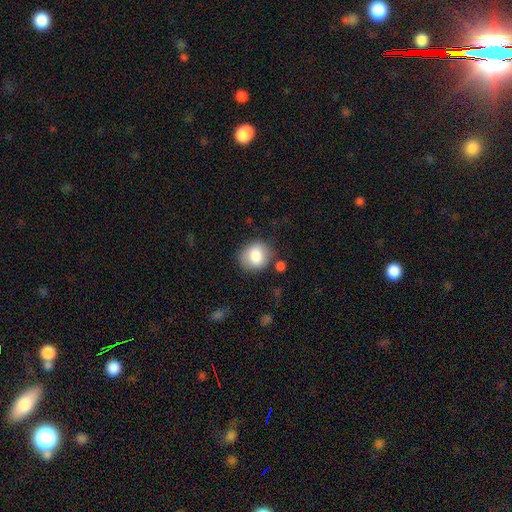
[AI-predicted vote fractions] This is clearly a smooth galaxy (80%). How rounded: likely round (73%). Merging: likely none (76%).